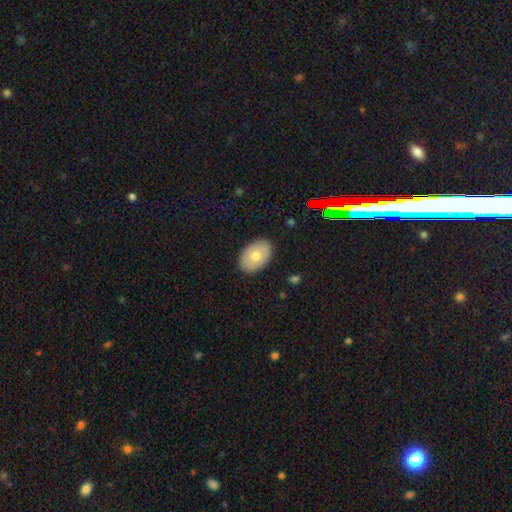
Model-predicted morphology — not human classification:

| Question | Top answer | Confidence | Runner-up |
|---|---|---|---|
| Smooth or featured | smooth | 72% | featured or disk (20%) |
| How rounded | in between | 87% | round (12%) |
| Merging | none | 88% | minor disturbance (9%) |